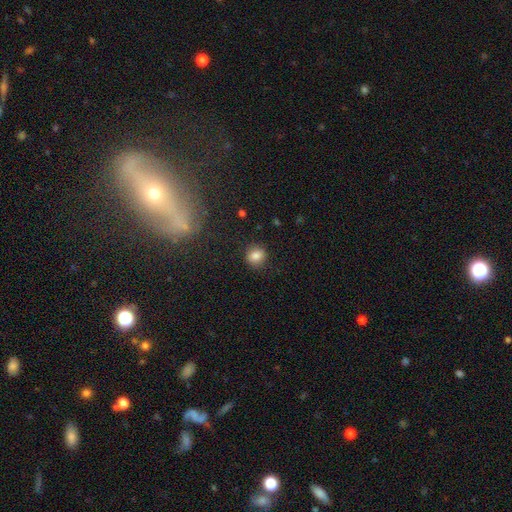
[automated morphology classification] Smooth or featured? Predicted: smooth (p=0.83). How rounded? Predicted: round (p=0.80). Merging? Predicted: none (p=0.88).